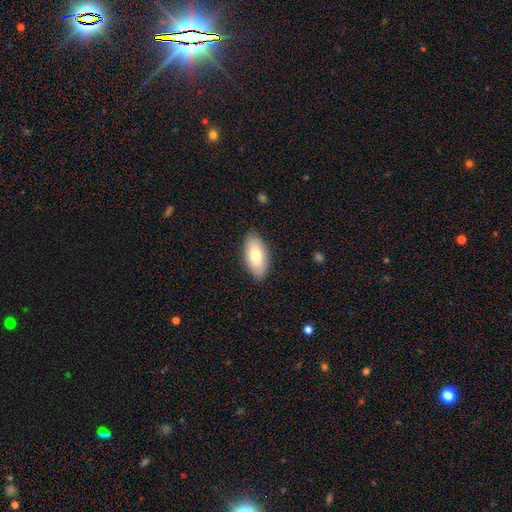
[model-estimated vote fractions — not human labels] A smooth galaxy with no disk features (77%) that is in between round and cigar-shaped (93%). Merging: none (86%).